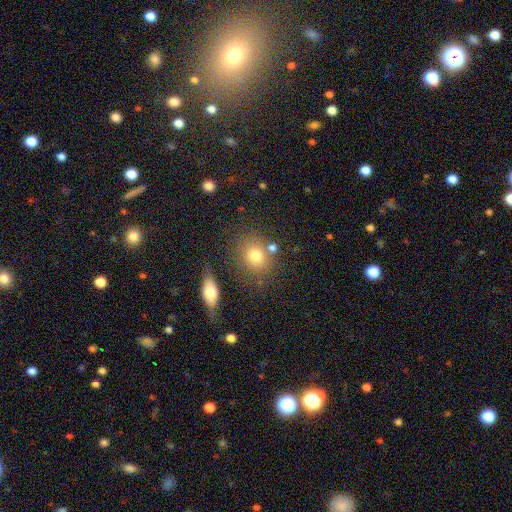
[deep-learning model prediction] smooth-or-featured: smooth: 77% | star or artifact: 12% | featured or disk: 12%
  how-rounded: round: 64% | in between: 34% | cigar-shaped: 2%
  merging: none: 69% | merger: 14% | minor disturbance: 12% | major disturbance: 5%